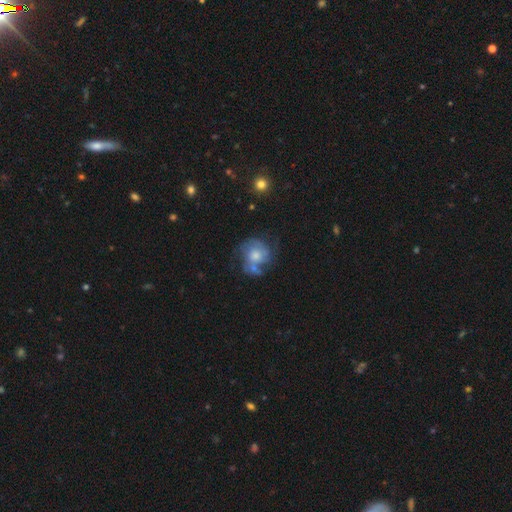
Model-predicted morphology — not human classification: This appears to be a featured or disk galaxy (58%) with no bar (79%), spiral arms (80%) and a moderate central bulge (57%). Merging: none (46%).